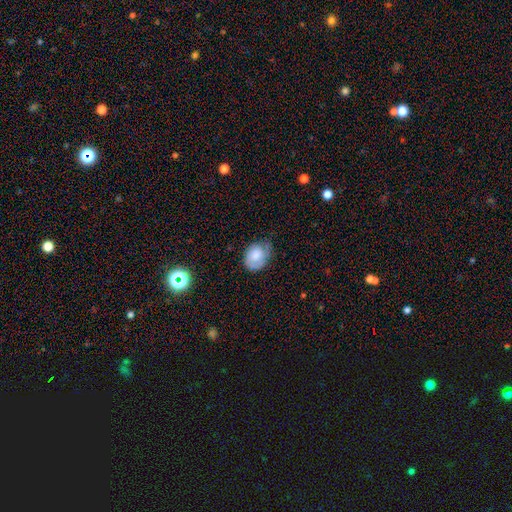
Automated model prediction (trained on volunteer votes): A smooth galaxy with no disk features (63%) that is in between round and cigar-shaped (65%). Merging: none (50%).